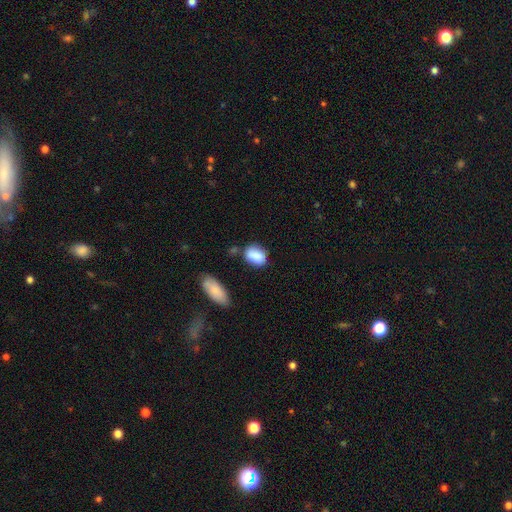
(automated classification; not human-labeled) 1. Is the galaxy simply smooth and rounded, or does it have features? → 86% smooth, 7% star or artifact, 6% featured or disk.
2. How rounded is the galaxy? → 82% in between, 16% round, 2% cigar-shaped.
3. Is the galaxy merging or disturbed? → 60% none, 23% minor disturbance, 11% merger, 5% major disturbance.